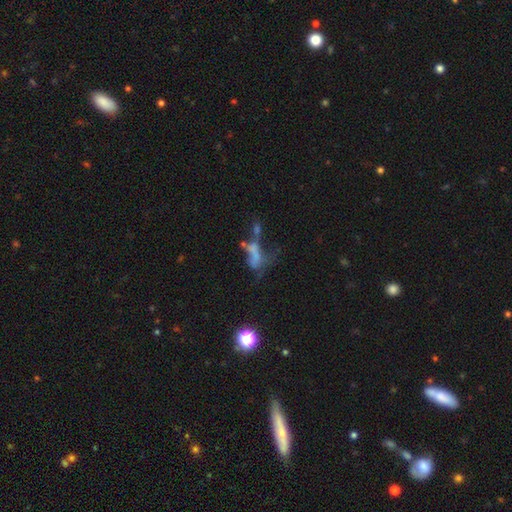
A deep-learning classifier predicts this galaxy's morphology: Smooth or featured: featured or disk — 42% (smooth — 35%)
Merging: major disturbance — 35% (merger — 34%)